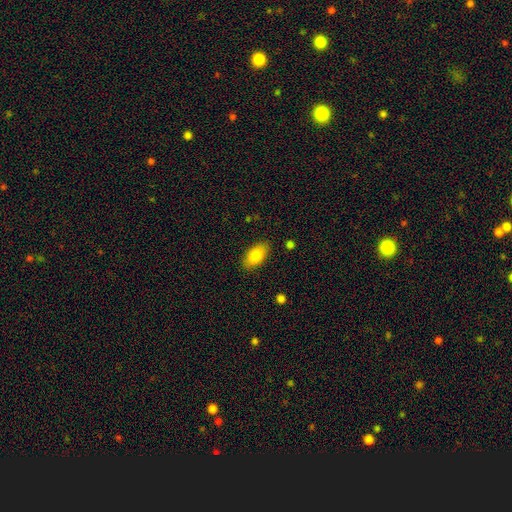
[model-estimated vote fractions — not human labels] Smooth or featured? Predicted: smooth (p=0.83). How rounded? Predicted: in between (p=0.92). Merging? Predicted: none (p=0.86).